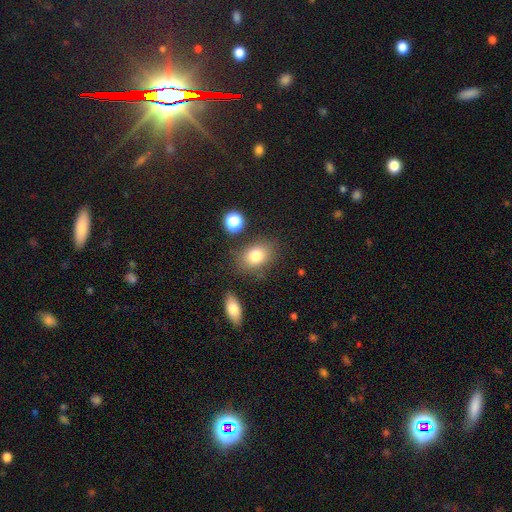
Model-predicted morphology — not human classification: Smooth or featured? smooth (81%)
How rounded? in between (74%)
Merging? none (75%)